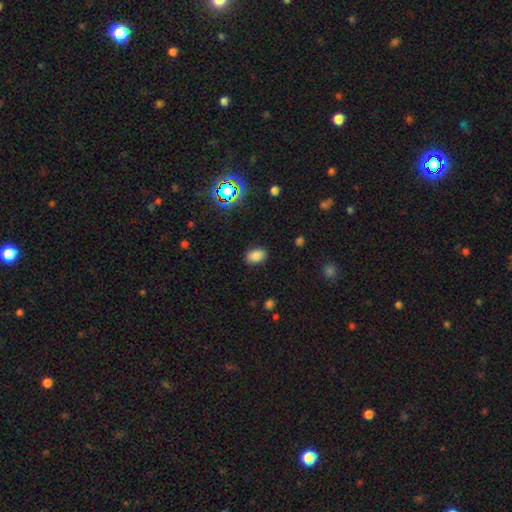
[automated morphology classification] smooth-or-featured: smooth: 84% | star or artifact: 12% | featured or disk: 4%
  how-rounded: in between: 88% | round: 11% | cigar-shaped: 1%
  merging: none: 87% | minor disturbance: 9% | major disturbance: 3% | merger: 1%